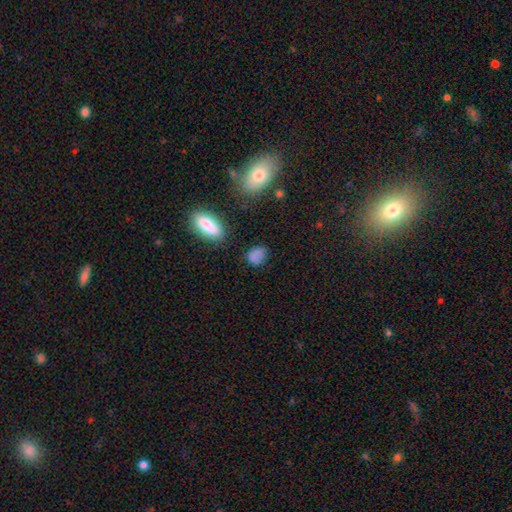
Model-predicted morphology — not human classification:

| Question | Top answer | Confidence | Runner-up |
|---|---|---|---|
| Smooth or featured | smooth | 79% | star or artifact (14%) |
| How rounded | in between | 64% | round (33%) |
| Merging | none | 67% | minor disturbance (21%) |